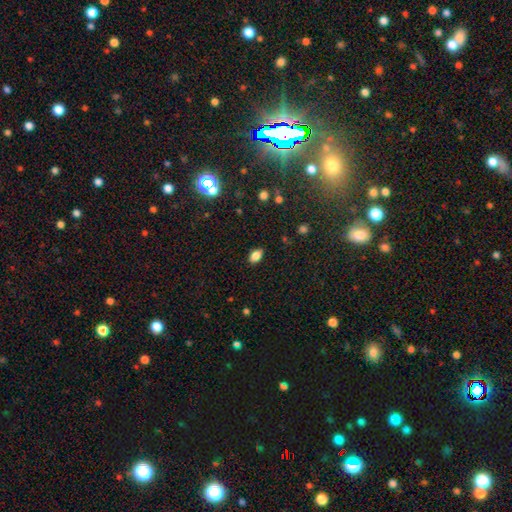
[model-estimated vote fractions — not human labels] Overall: smooth (83%). How rounded: in between (87%). Merging: none (87%).